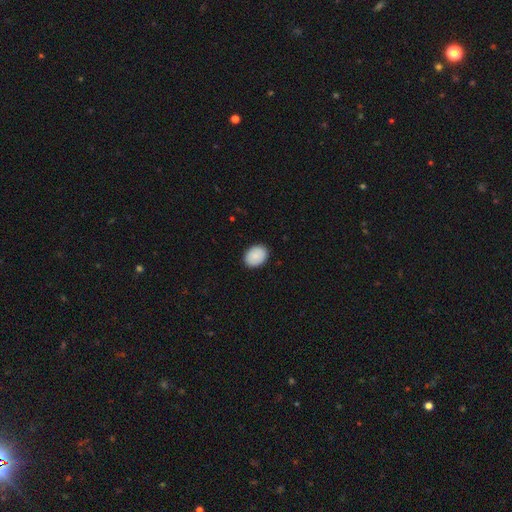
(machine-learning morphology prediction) Q: Smooth or featured?
A: smooth (87%); runner-up: star or artifact (7%)
Q: How rounded?
A: in between (61%); runner-up: round (38%)
Q: Merging?
A: none (89%); runner-up: minor disturbance (8%)